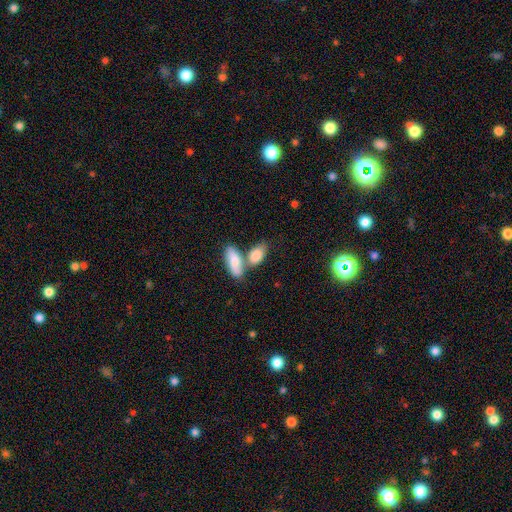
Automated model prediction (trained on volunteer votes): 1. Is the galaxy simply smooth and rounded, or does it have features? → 81% smooth, 13% featured or disk, 6% star or artifact.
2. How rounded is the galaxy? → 86% in between, 8% cigar-shaped, 6% round.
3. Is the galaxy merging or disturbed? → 52% merger, 33% none, 11% minor disturbance, 4% major disturbance.